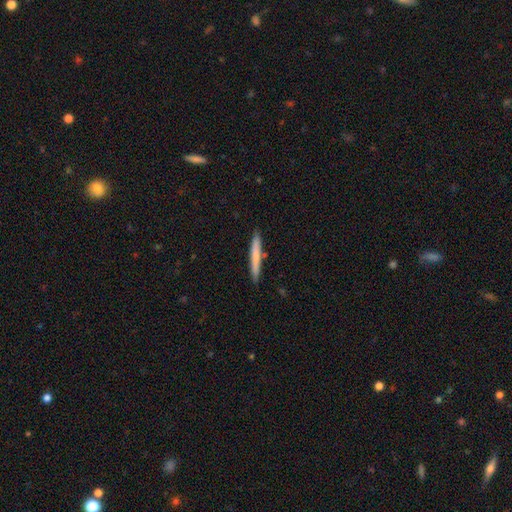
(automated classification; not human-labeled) smooth-or-featured: smooth: 70% | featured or disk: 25% | star or artifact: 5%
  how-rounded: cigar-shaped: 96% | in between: 3% | round: 1%
  merging: none: 89% | minor disturbance: 7% | merger: 2% | major disturbance: 1%